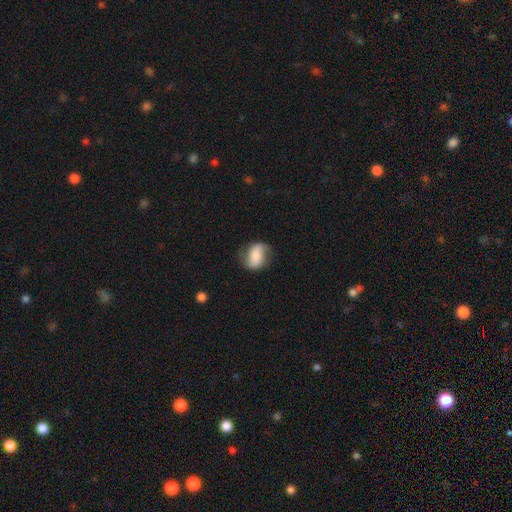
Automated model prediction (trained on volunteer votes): This appears to be a smooth galaxy with no disk features (49%). Merging: none (69%).